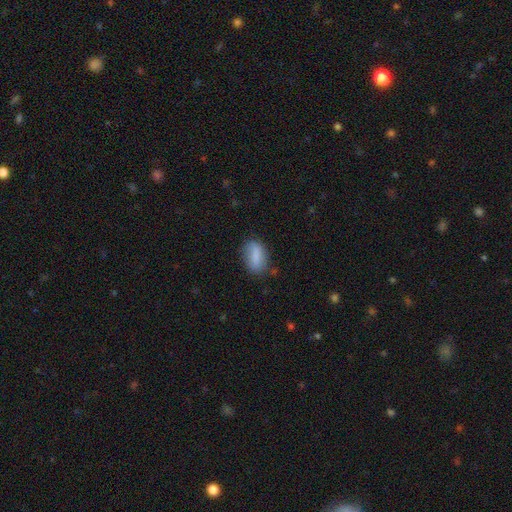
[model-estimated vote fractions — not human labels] Smooth or featured: smooth — 84% (featured or disk — 9%)
How rounded: in between — 87% (round — 8%)
Merging: none — 73% (minor disturbance — 20%)